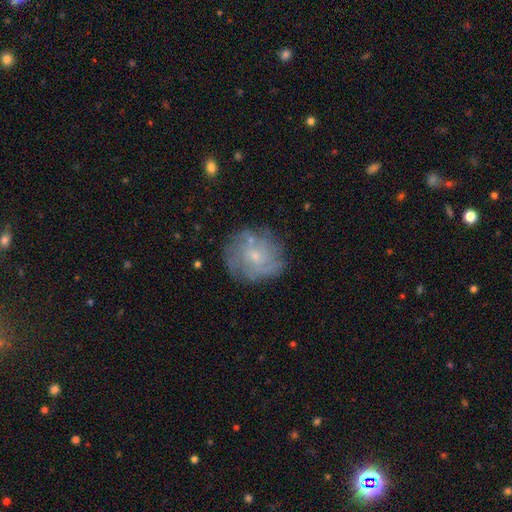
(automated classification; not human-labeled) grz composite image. It shows a featured or disk galaxy (64%) with no bar (75%), spiral arms (77%) and a small central bulge (69%). Merging: none (73%).